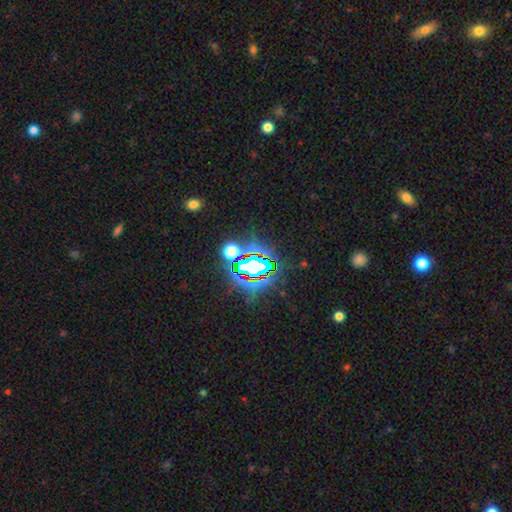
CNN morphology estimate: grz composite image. It shows a star or artifact, not a galaxy (76%).